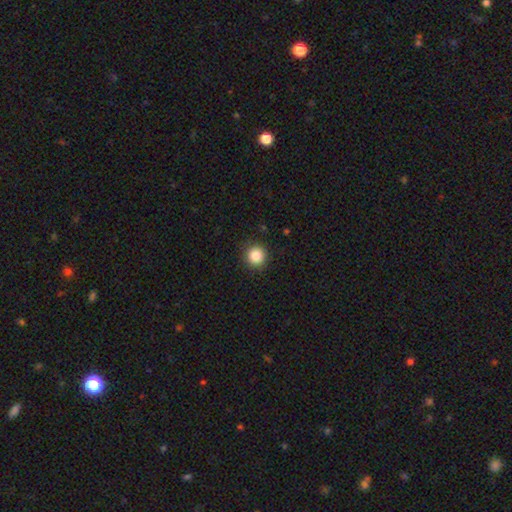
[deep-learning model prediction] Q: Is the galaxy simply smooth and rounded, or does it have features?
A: smooth — 86%.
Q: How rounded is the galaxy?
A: round — 94%.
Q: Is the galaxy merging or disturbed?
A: none — 91%.